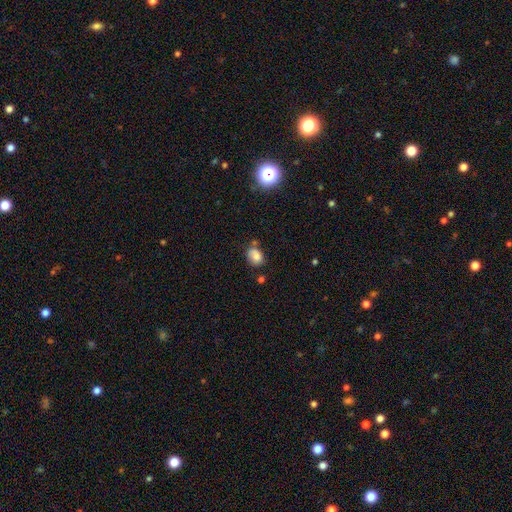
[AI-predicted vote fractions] smooth 78%, featured or disk 12%, star or artifact 10%. Down the decision tree: how rounded — in between (63%); merging — none (59%).